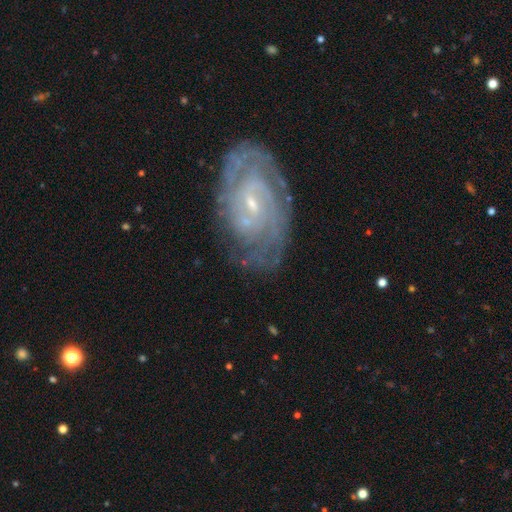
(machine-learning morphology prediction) This appears to be a featured or disk galaxy (85%) with a weak bar (51%), 2 (34%) tight (67%) spiral arms (95%) and a small central bulge (72%). Merging: none (74%).